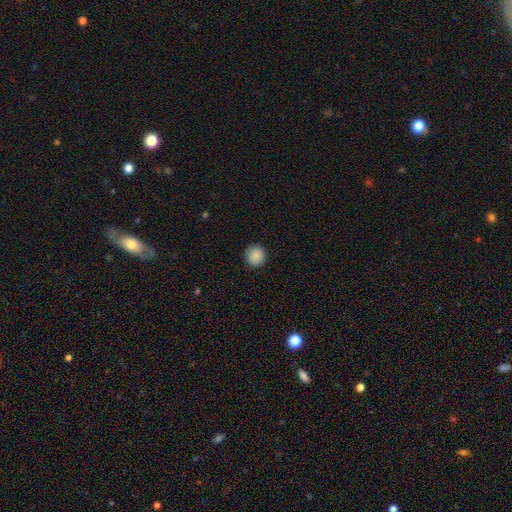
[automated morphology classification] This is clearly a smooth galaxy (89%). How rounded: clearly round (94%). Merging: clearly none (92%).